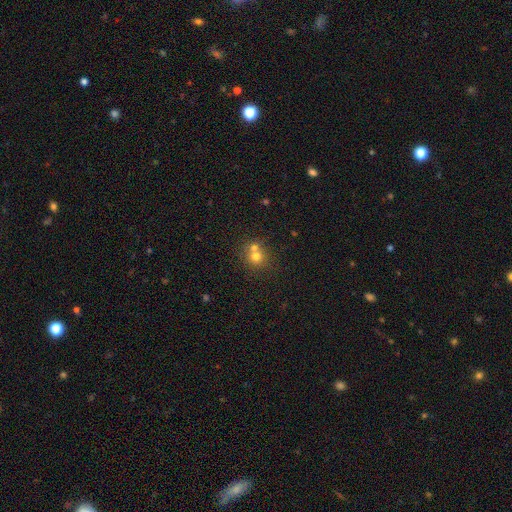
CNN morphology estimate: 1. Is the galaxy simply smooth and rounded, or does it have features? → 70% smooth, 15% star or artifact, 14% featured or disk.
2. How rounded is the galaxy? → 85% round, 14% in between, 1% cigar-shaped.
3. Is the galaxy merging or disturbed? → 47% merger, 44% none, 7% minor disturbance, 3% major disturbance.